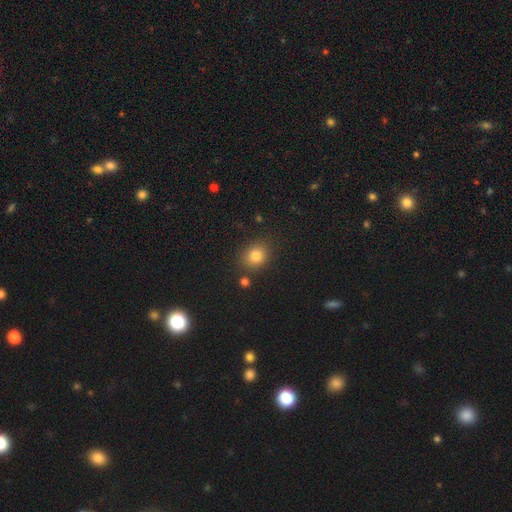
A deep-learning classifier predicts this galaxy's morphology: smooth_or_featured: smooth (p=0.80) [alt: star or artifact p=0.13]
how_rounded: round (p=0.61) [alt: in between p=0.38]
merging: none (p=0.81) [alt: minor disturbance p=0.11]